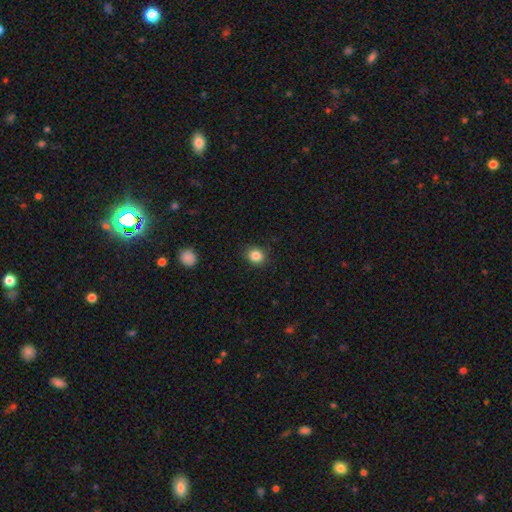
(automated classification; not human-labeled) smooth 85%, star or artifact 10%, featured or disk 4%. Down the decision tree: how rounded — round (72%); merging — none (87%).